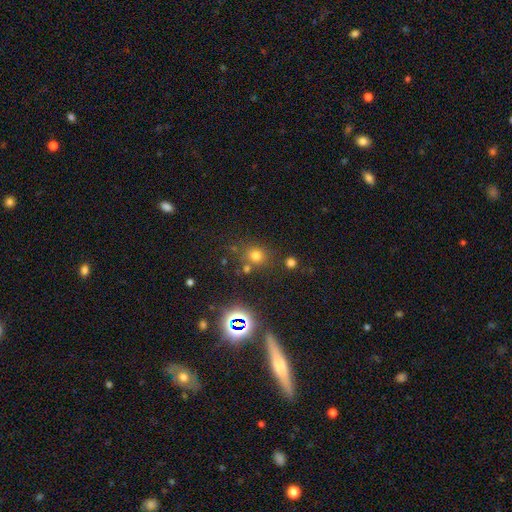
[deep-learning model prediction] A smooth galaxy with no disk features (67%) that is round (83%).

Vote fractions:
- Smooth or featured? smooth: 67% / star or artifact: 26% / featured or disk: 8%
- How rounded? round: 83% / in between: 16% / cigar-shaped: 1%
- Merging? none: 73% / merger: 12% / minor disturbance: 11% / major disturbance: 5%